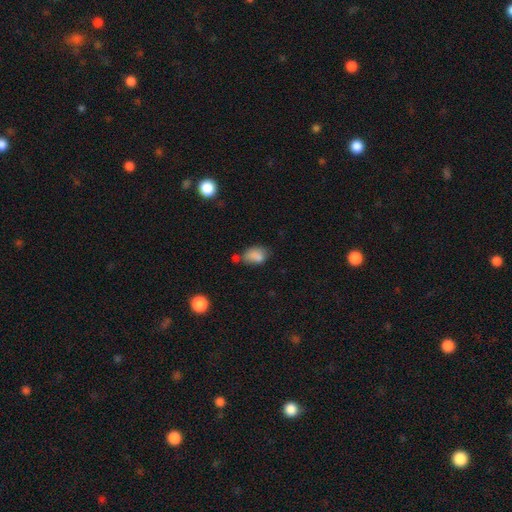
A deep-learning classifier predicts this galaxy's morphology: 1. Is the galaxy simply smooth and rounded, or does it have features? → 81% smooth, 11% star or artifact, 9% featured or disk.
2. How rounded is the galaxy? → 80% in between, 19% round, 2% cigar-shaped.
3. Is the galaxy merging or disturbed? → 42% none, 28% minor disturbance, 19% merger, 10% major disturbance.